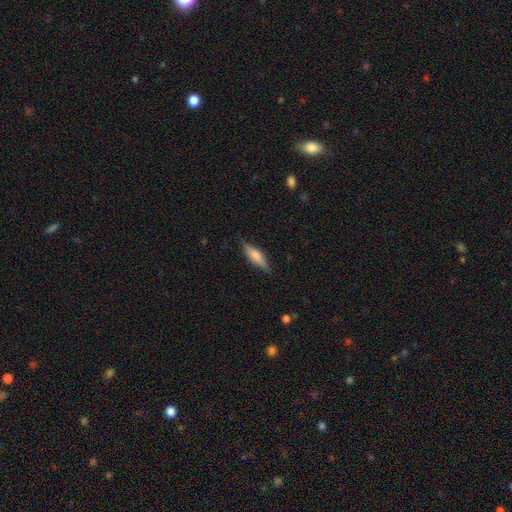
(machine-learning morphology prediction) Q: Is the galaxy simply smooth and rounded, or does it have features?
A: smooth — 60%.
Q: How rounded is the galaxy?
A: cigar-shaped — 62%.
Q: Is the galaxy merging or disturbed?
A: none — 82%.